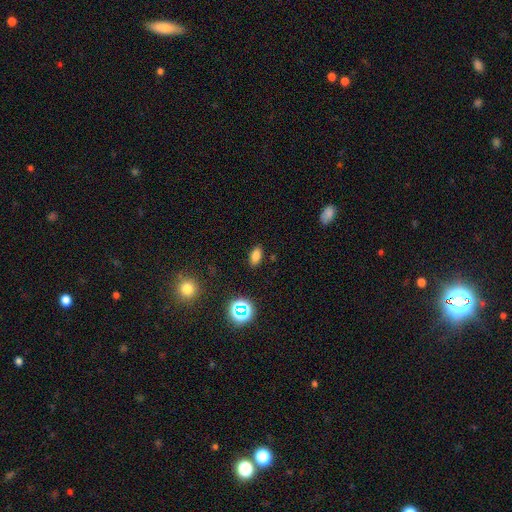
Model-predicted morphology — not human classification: Q: Smooth or featured?
A: smooth (78%); runner-up: star or artifact (16%)
Q: How rounded?
A: in between (88%); runner-up: cigar-shaped (6%)
Q: Merging?
A: none (87%); runner-up: minor disturbance (9%)